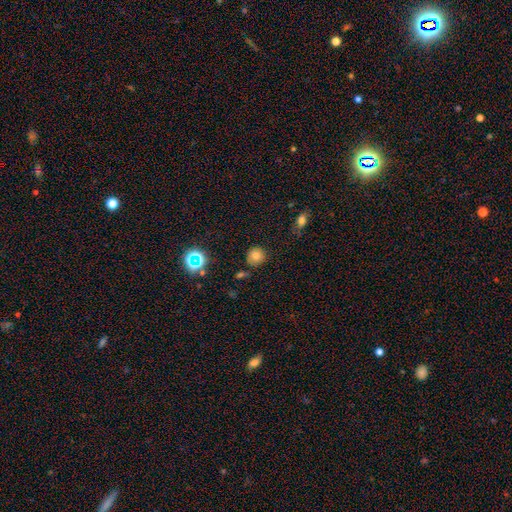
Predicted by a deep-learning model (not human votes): Smooth or featured? Predicted: smooth (p=0.77). How rounded? Predicted: round (p=0.89). Merging? Predicted: none (p=0.79).